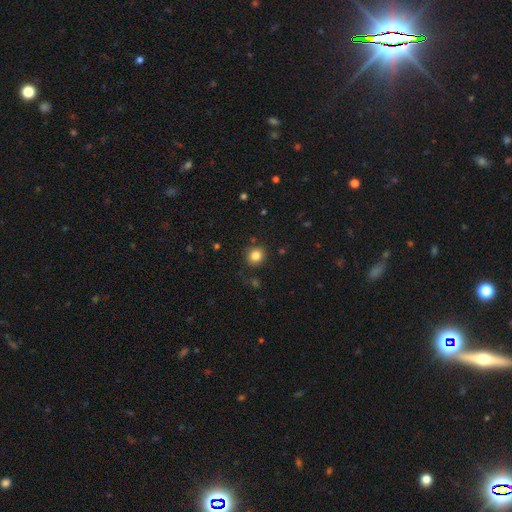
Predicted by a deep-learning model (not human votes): Smooth or featured: smooth — 83% (star or artifact — 12%)
How rounded: round — 88% (in between — 12%)
Merging: none — 88% (minor disturbance — 8%)